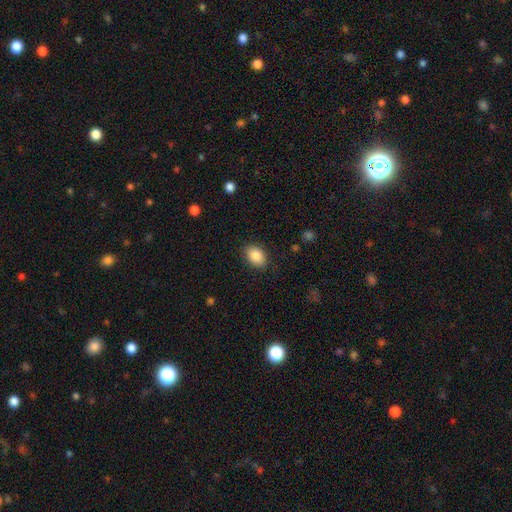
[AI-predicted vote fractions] smooth 87%, star or artifact 8%, featured or disk 5%. Down the decision tree: how rounded — in between (78%); merging — none (86%).